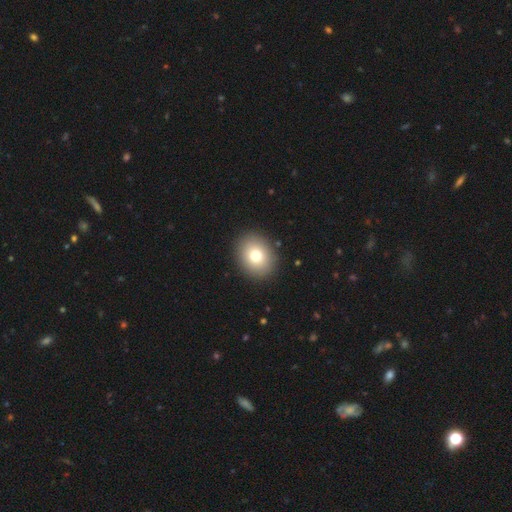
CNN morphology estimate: smooth 78%, featured or disk 12%, star or artifact 10%. Down the decision tree: how rounded — round (53%); merging — none (90%).